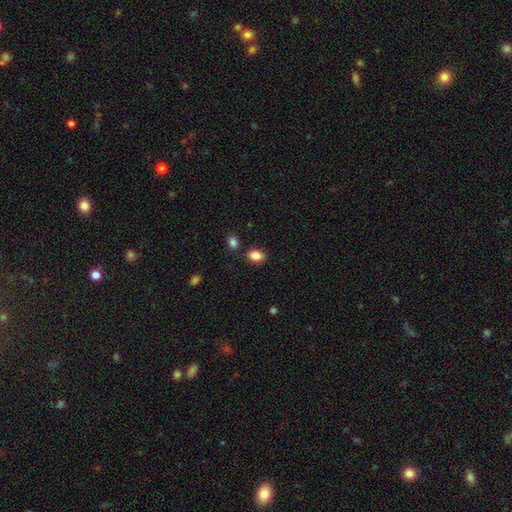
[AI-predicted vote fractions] smooth-or-featured: smooth: 86% | star or artifact: 9% | featured or disk: 5%
  how-rounded: in between: 80% | round: 19% | cigar-shaped: 1%
  merging: none: 83% | minor disturbance: 9% | merger: 6% | major disturbance: 2%